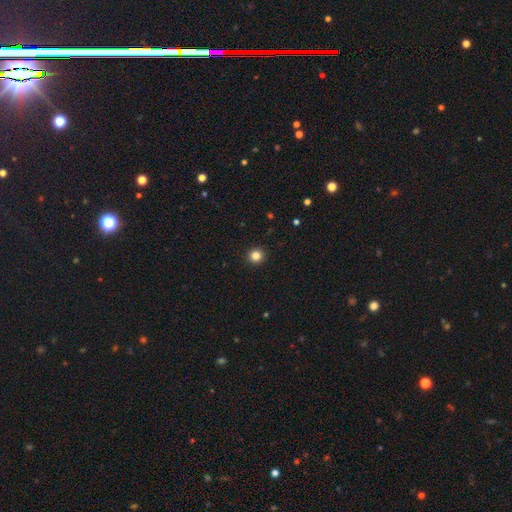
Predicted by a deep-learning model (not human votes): A smooth galaxy with no disk features (83%) that is round (95%). Merging: none (94%).